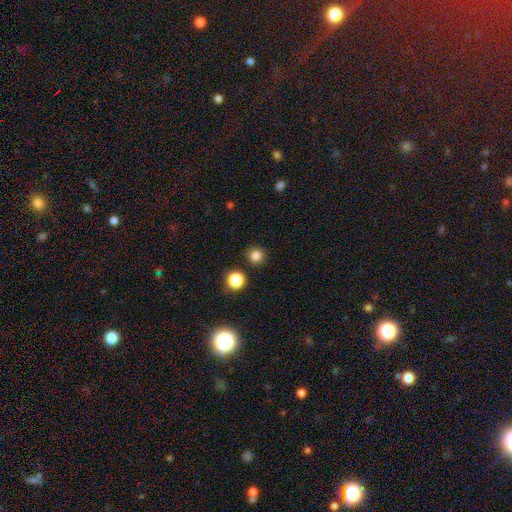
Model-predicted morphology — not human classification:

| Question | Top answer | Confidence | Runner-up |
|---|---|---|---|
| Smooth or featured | smooth | 82% | star or artifact (13%) |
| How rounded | round | 94% | in between (5%) |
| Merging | none | 89% | minor disturbance (6%) |